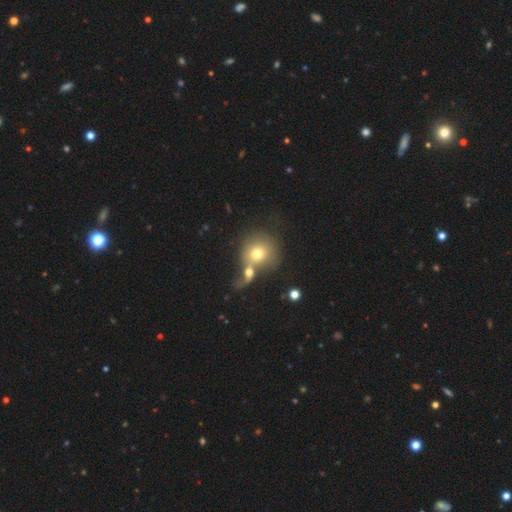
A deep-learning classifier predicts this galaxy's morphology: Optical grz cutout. It shows a smooth galaxy with no disk features (65%) that is round (87%). Merging: none (42%).